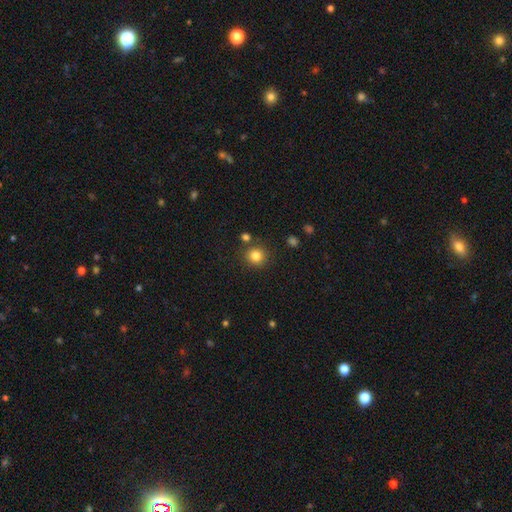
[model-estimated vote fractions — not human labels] This is clearly a smooth galaxy (82%). How rounded: clearly round (92%). Merging: clearly none (84%).